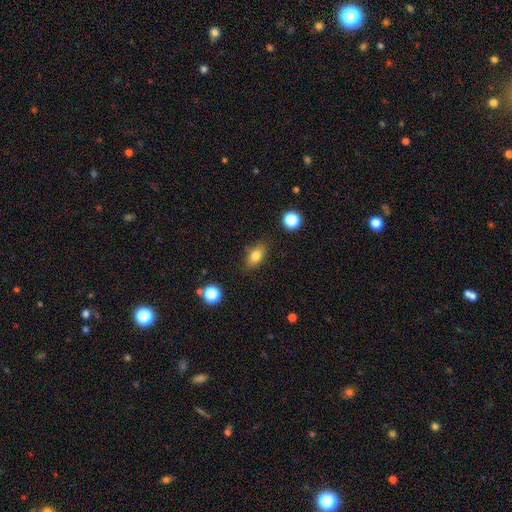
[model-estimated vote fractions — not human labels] Smooth or featured: smooth — 80% (featured or disk — 10%)
How rounded: in between — 81% (round — 14%)
Merging: none — 83% (minor disturbance — 12%)